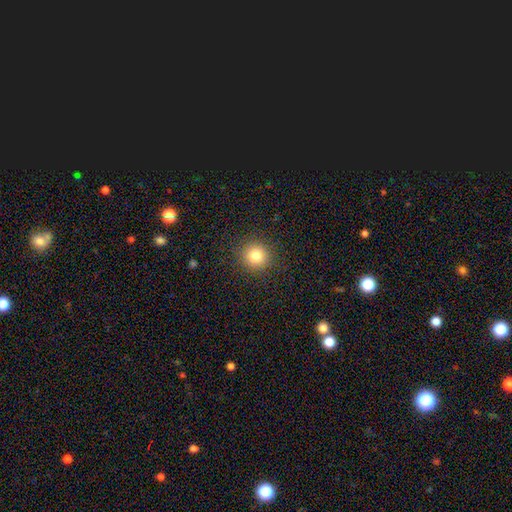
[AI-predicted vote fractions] smooth-or-featured: smooth: 81% | star or artifact: 12% | featured or disk: 7%
  how-rounded: round: 93% | in between: 6% | cigar-shaped: 1%
  merging: none: 91% | minor disturbance: 6% | major disturbance: 2% | merger: 1%